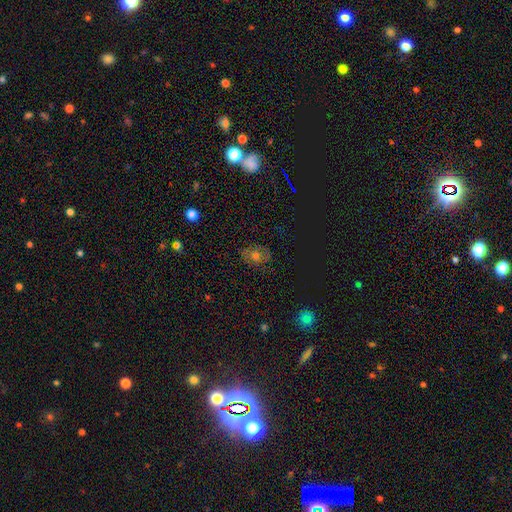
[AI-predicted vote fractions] A smooth galaxy with no disk features (42%). Merging: none (79%).